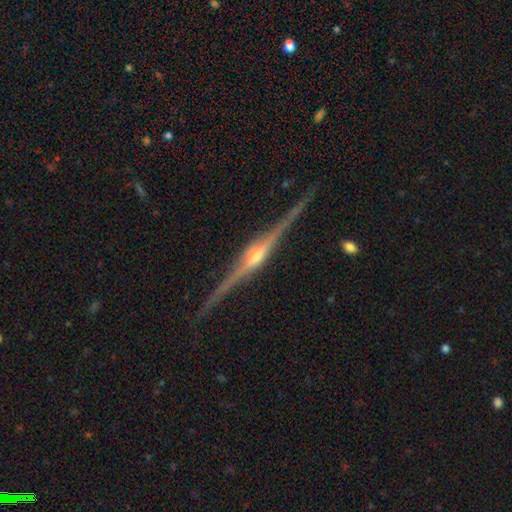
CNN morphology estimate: This appears to be a featured or disk galaxy (91%) viewed edge-on (98%) with a rounded central bulge (87%). Merging: none (86%).